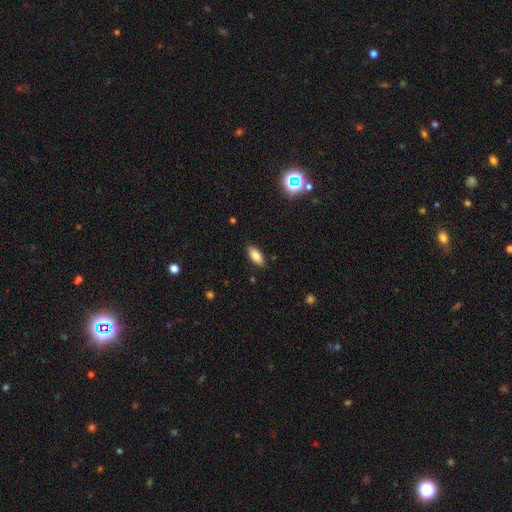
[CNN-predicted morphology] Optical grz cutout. It shows a smooth galaxy with no disk features (82%) that is in between round and cigar-shaped (84%). Merging: none (88%).